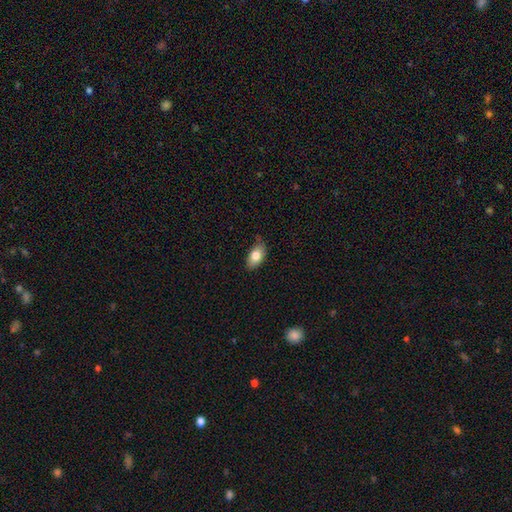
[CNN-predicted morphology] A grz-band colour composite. It shows a smooth galaxy with no disk features (81%) that is in between round and cigar-shaped (92%). Merging: none (71%).